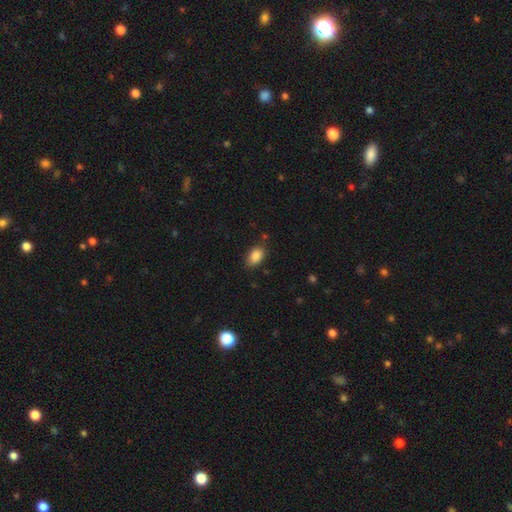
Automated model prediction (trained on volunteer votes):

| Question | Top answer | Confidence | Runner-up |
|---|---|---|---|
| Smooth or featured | smooth | 87% | star or artifact (8%) |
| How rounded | in between | 89% | round (9%) |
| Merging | none | 79% | minor disturbance (15%) |